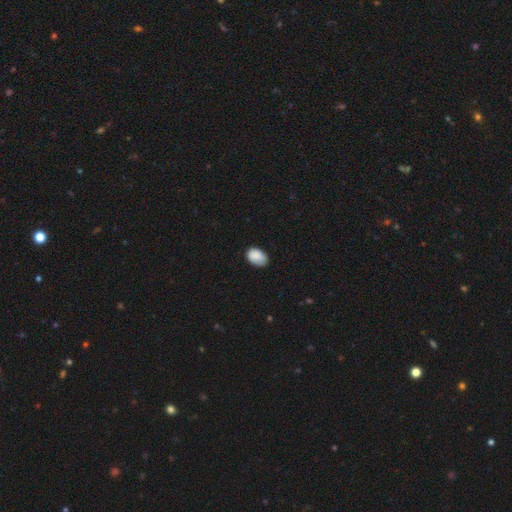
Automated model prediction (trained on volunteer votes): This appears to be a smooth galaxy with no disk features (85%) that is in between round and cigar-shaped (85%). Merging: none (68%).